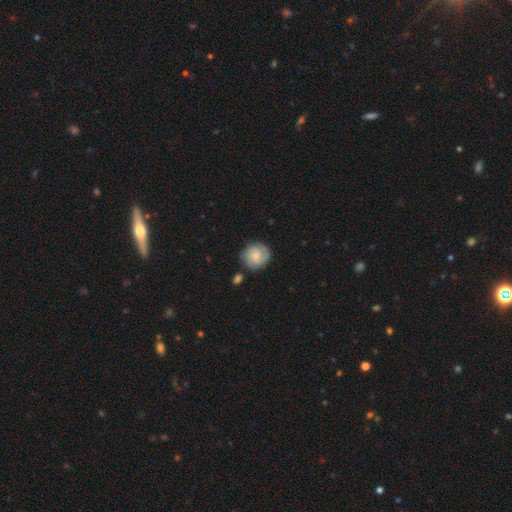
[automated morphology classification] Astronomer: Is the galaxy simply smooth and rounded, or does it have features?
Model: featured or disk — 60%.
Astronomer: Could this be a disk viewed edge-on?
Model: no — 98%.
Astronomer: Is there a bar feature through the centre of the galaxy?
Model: no — 65%.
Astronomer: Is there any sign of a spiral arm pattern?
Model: yes — 92%.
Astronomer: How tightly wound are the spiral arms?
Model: tight — 61%.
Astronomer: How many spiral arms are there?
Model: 2 — 54%.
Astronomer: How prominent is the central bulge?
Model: small — 59%.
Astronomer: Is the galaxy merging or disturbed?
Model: none — 78%.